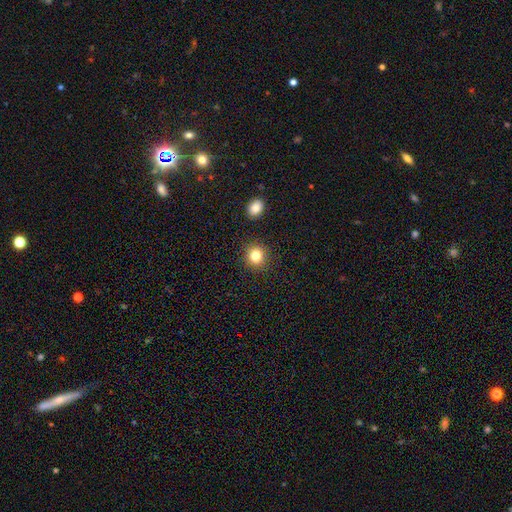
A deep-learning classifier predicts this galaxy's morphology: smooth 82%, star or artifact 12%, featured or disk 6%. Down the decision tree: how rounded — round (87%); merging — none (89%).